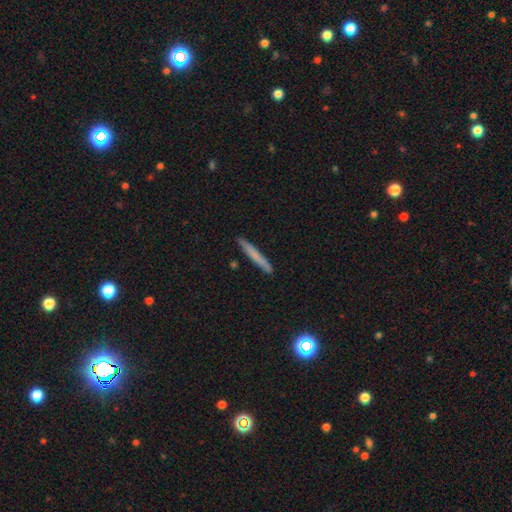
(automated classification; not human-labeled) This is likely a smooth galaxy (68%). How rounded: clearly cigar-shaped (96%). Merging: clearly none (90%).